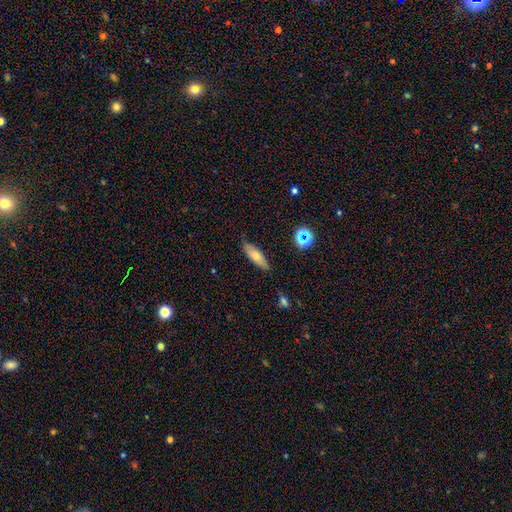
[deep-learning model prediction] This is likely a smooth galaxy (64%). How rounded: possibly in between (53%). Merging: clearly none (83%).